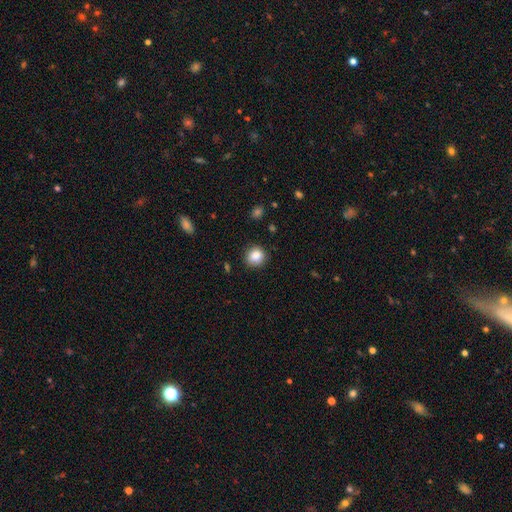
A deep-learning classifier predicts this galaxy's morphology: This is clearly a smooth galaxy (86%). How rounded: clearly round (86%). Merging: clearly none (86%).